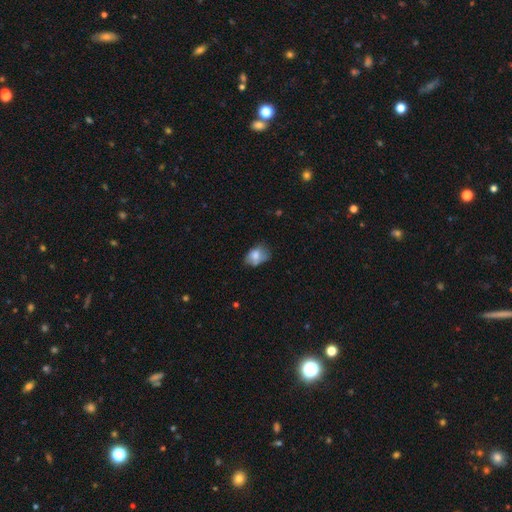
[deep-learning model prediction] Smooth or featured: smooth — 69% (featured or disk — 21%)
How rounded: in between — 75% (round — 24%)
Merging: none — 46% (minor disturbance — 34%)